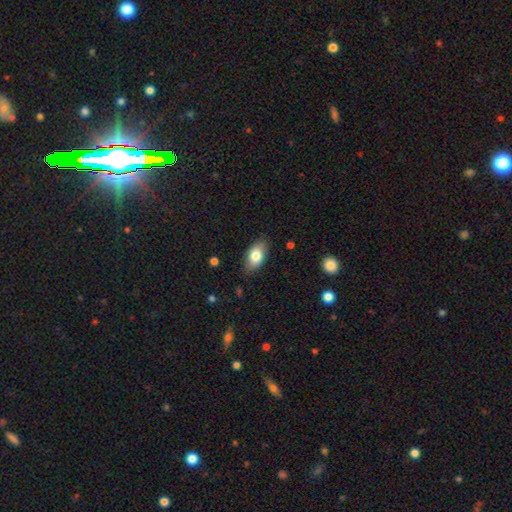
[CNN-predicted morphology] The model was most divided on "smooth or featured": smooth: 80%, featured or disk: 13%, star or artifact: 7%. More confident: how rounded — in between (91%); merging — none (83%).